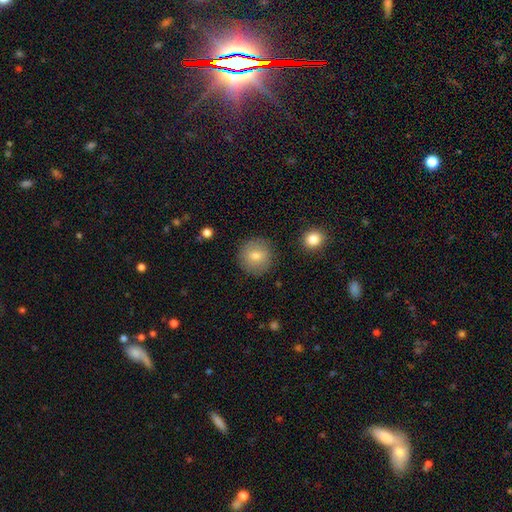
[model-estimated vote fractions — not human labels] The model was most divided on "smooth or featured": smooth: 77%, featured or disk: 13%, star or artifact: 9%. More confident: how rounded — round (92%); merging — none (89%).